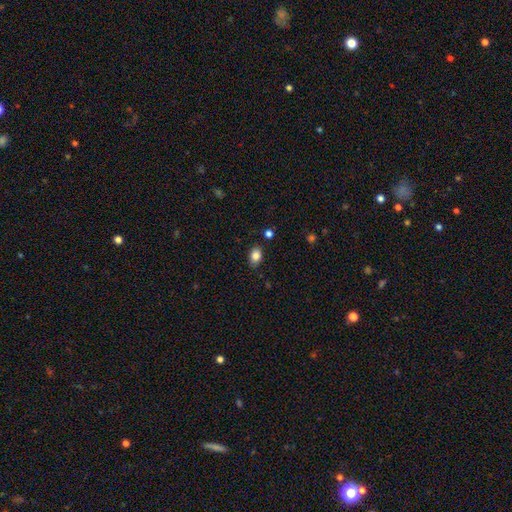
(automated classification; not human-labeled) This is clearly a smooth galaxy (85%). How rounded: likely in between (78%). Merging: clearly none (83%).